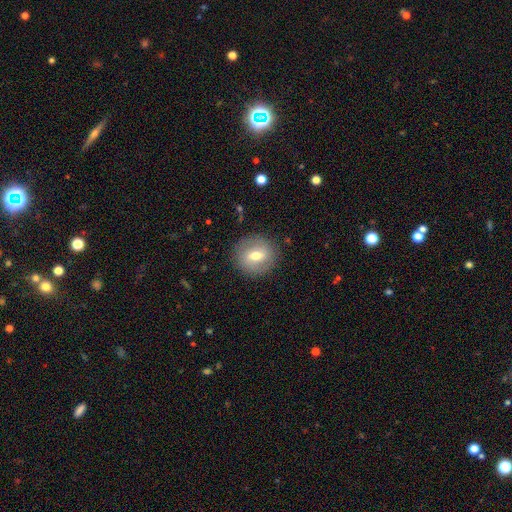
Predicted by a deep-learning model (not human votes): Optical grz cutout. It shows a smooth galaxy with no disk features (58%) that is round (87%). Merging: none (87%).